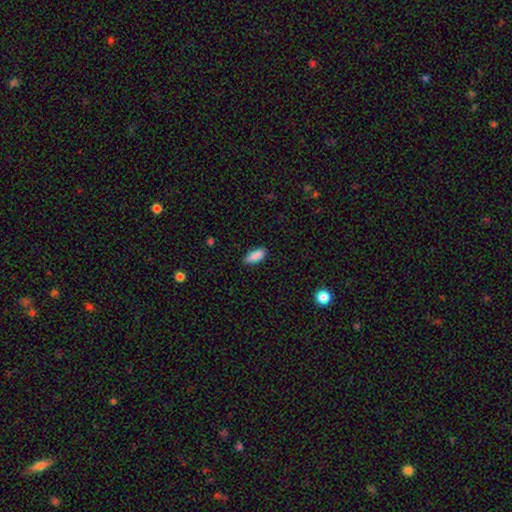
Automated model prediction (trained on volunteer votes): The model was most divided on "how rounded": in between: 81%, cigar-shaped: 17%, round: 2%. More confident: smooth or featured — smooth (88%); merging — none (82%).